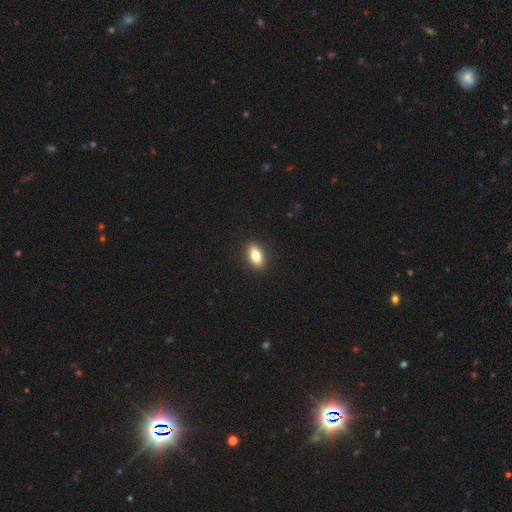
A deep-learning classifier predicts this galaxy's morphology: Smooth or featured: smooth — 80% (featured or disk — 13%)
How rounded: in between — 87% (round — 7%)
Merging: none — 91% (minor disturbance — 6%)